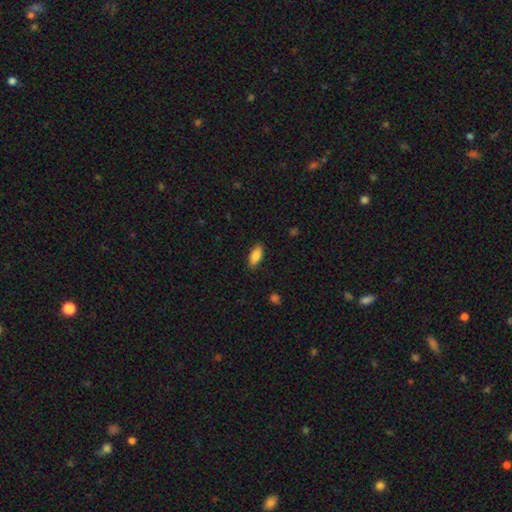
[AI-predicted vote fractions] Smooth or featured?
  - smooth: 85% *
  - featured or disk: 8%
  - star or artifact: 7%
How rounded?
  - in between: 81% *
  - cigar-shaped: 17%
  - round: 2%
Merging?
  - none: 86% *
  - minor disturbance: 11%
  - major disturbance: 2%
  - merger: 1%